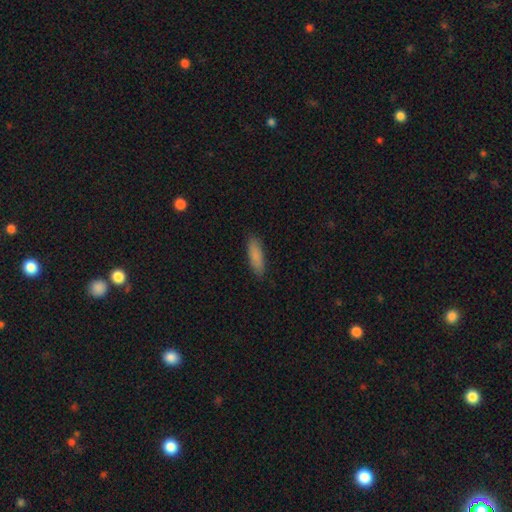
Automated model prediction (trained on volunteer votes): This appears to be a smooth galaxy with no disk features (85%) that is cigar-shaped (55%). Merging: none (88%).